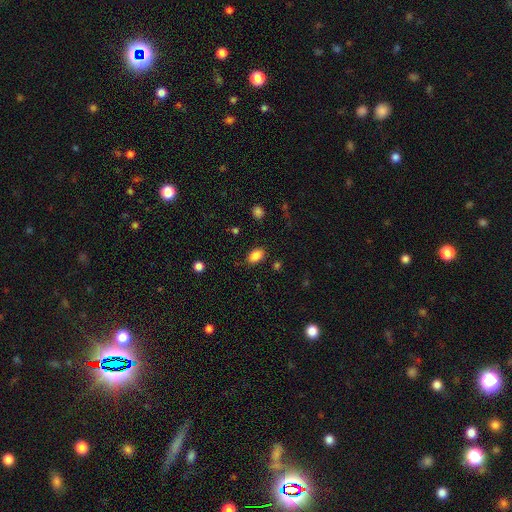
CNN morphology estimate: Q: Smooth or featured?
A: smooth (87%); runner-up: star or artifact (9%)
Q: How rounded?
A: in between (88%); runner-up: round (11%)
Q: Merging?
A: none (82%); runner-up: minor disturbance (12%)